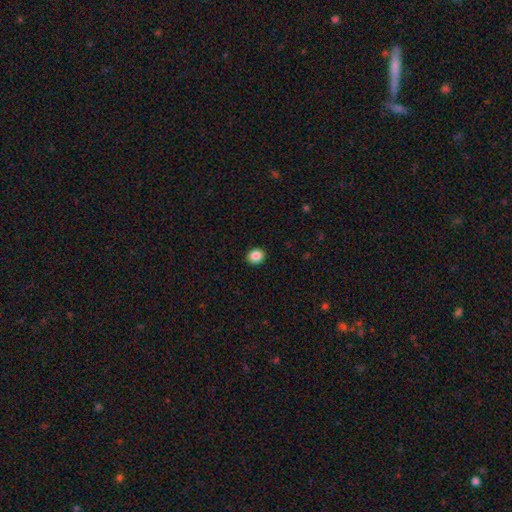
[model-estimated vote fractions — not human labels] Q: Smooth or featured?
A: smooth (87%); runner-up: star or artifact (9%)
Q: How rounded?
A: round (65%); runner-up: in between (34%)
Q: Merging?
A: none (92%); runner-up: minor disturbance (6%)